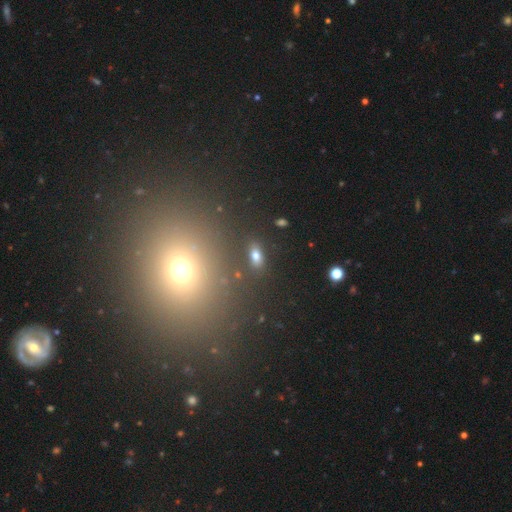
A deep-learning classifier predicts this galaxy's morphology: The model was most divided on "smooth or featured": smooth: 75%, star or artifact: 15%, featured or disk: 9%. More confident: how rounded — in between (86%); merging — none (83%).